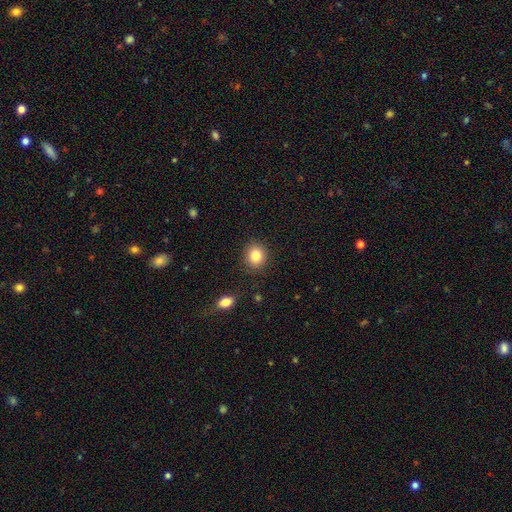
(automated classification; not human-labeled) The model was most divided on "how rounded": round: 75%, in between: 24%, cigar-shaped: 1%. More confident: merging — none (88%); smooth or featured — smooth (83%).